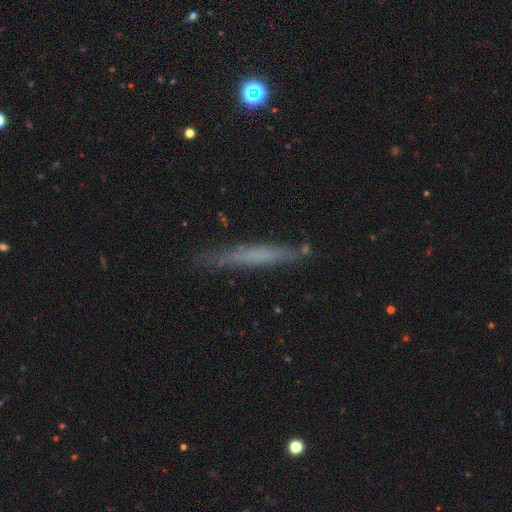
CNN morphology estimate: This appears to be a smooth galaxy with no disk features (50%). Merging: none (79%).